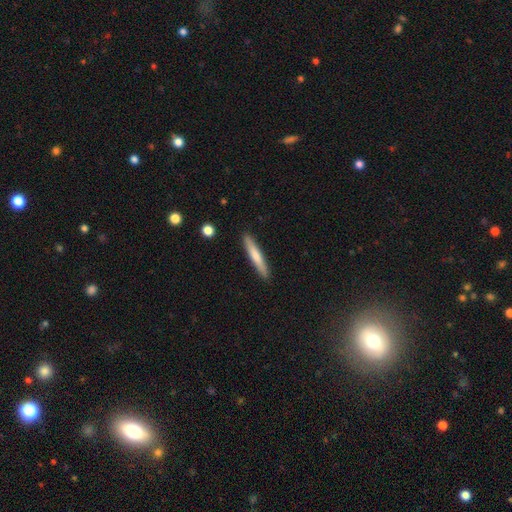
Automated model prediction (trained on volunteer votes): This appears to be a smooth galaxy with no disk features (68%) that is cigar-shaped (94%). Merging: none (90%).